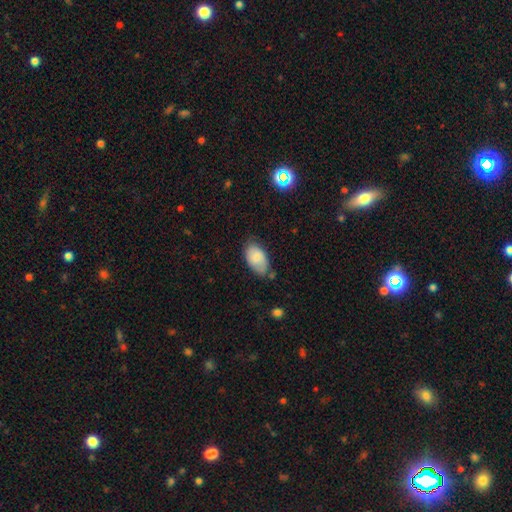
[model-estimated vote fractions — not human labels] smooth_or_featured: smooth (p=0.79) [alt: featured or disk p=0.14]
how_rounded: in between (p=0.94) [alt: round p=0.04]
merging: none (p=0.62) [alt: minor disturbance p=0.28]